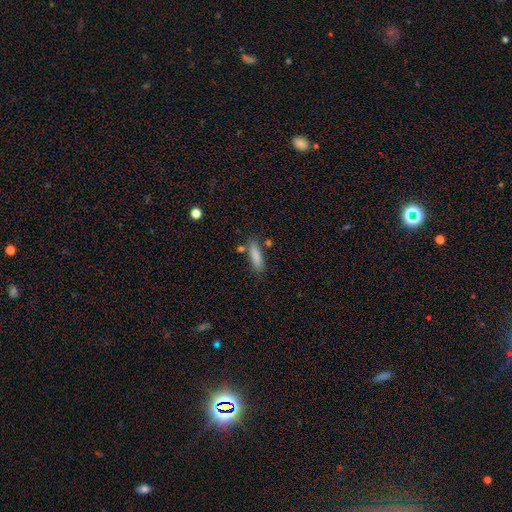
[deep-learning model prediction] A smooth galaxy with no disk features (85%) that is cigar-shaped (59%).

Vote fractions:
- Smooth or featured? smooth: 85% / featured or disk: 8% / star or artifact: 7%
- How rounded? cigar-shaped: 59% / in between: 39% / round: 2%
- Merging? none: 74% / minor disturbance: 15% / merger: 7% / major disturbance: 4%